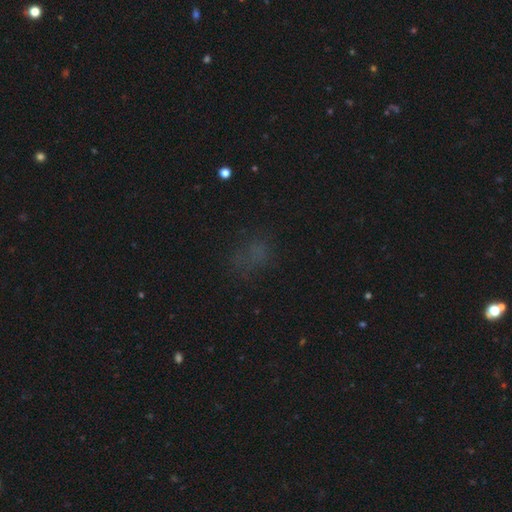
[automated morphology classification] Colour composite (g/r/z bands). It shows a smooth galaxy with no disk features (52%) that is round (51%). Merging: none (66%).